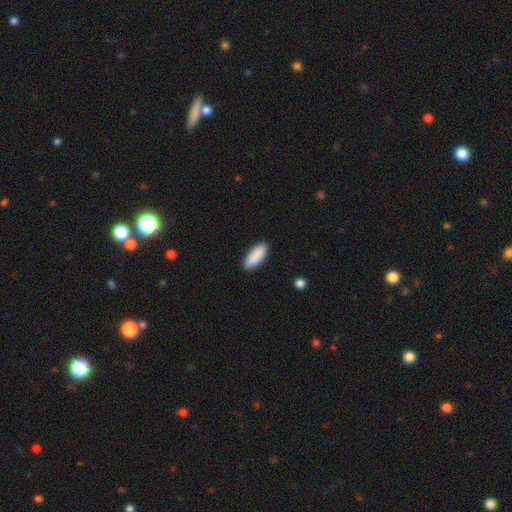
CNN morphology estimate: Smooth or featured? Predicted: smooth (p=0.90). How rounded? Predicted: in between (p=0.71). Merging? Predicted: none (p=0.90).